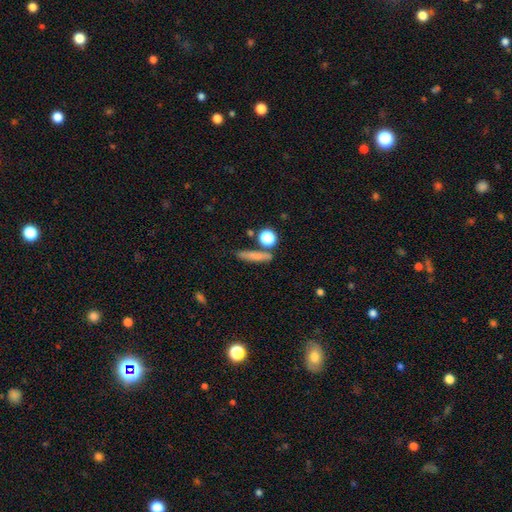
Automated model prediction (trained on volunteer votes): The model was most divided on "smooth or featured": smooth: 70%, featured or disk: 18%, star or artifact: 12%. More confident: merging — none (75%); how rounded — cigar-shaped (73%).